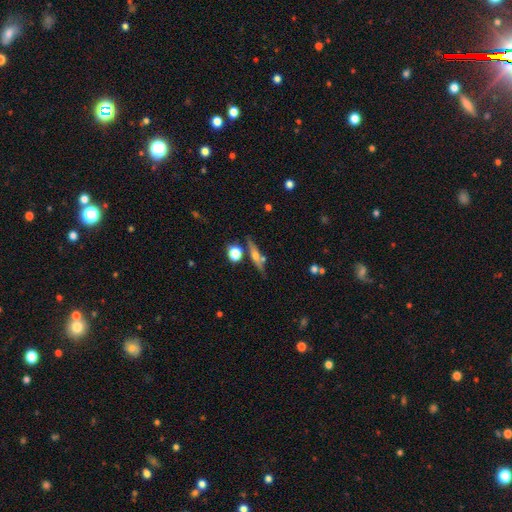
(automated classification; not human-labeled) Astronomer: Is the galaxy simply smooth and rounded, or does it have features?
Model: featured or disk — 53% (runner-up: smooth, 37%).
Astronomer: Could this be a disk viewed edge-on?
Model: yes — 88%.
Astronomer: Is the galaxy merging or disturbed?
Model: none — 72%.